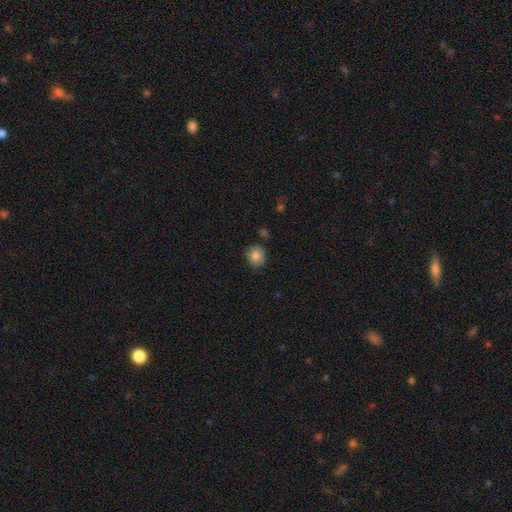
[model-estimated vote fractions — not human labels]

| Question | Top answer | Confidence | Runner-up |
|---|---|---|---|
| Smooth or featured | smooth | 82% | featured or disk (10%) |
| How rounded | round | 75% | in between (24%) |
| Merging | none | 81% | minor disturbance (14%) |